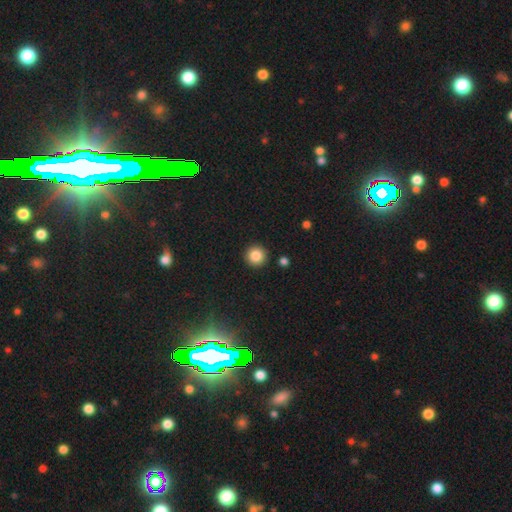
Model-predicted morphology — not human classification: A smooth galaxy with no disk features (85%) that is round (95%).

Vote fractions:
- Smooth or featured? smooth: 85% / star or artifact: 10% / featured or disk: 5%
- How rounded? round: 95% / in between: 4% / cigar-shaped: 1%
- Merging? none: 91% / minor disturbance: 5% / merger: 2% / major disturbance: 2%